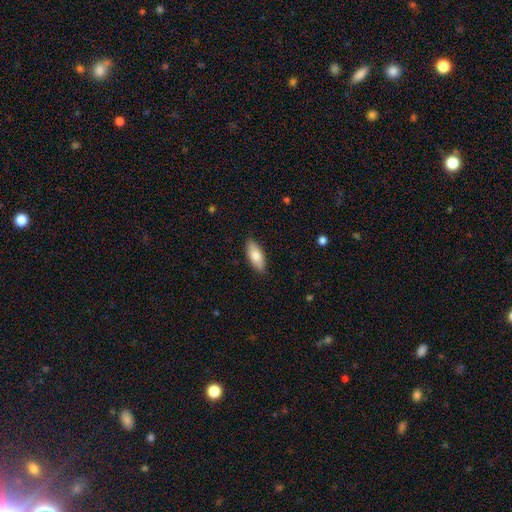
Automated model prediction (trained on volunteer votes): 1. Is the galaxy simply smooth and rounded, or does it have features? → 78% smooth, 16% featured or disk, 6% star or artifact.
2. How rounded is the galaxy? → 81% in between, 17% cigar-shaped, 2% round.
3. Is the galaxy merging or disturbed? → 88% none, 9% minor disturbance, 2% major disturbance, 1% merger.